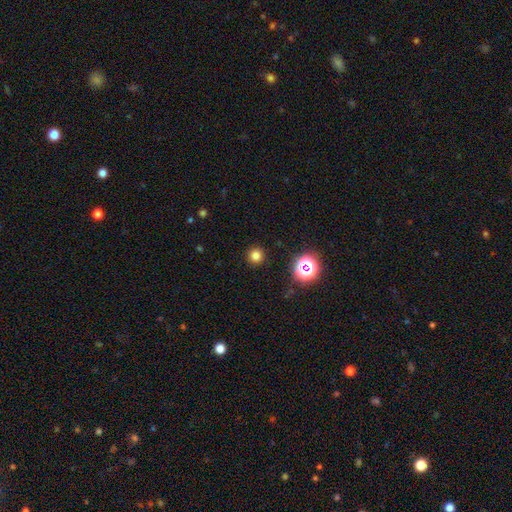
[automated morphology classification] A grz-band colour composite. It shows a smooth galaxy with no disk features (77%) that is round (95%). Merging: none (92%).